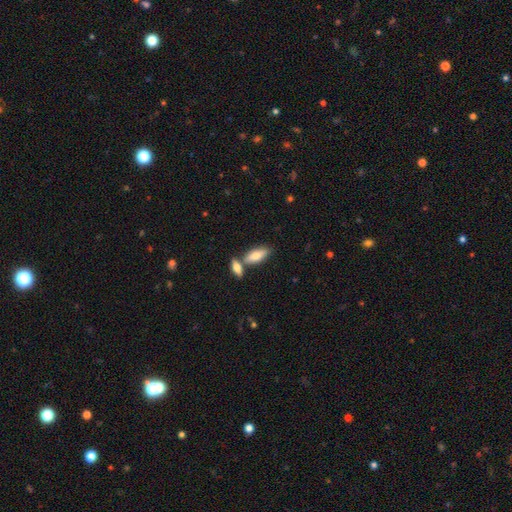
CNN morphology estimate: smooth_or_featured: smooth (p=0.76) [alt: featured or disk p=0.18]
how_rounded: in between (p=0.80) [alt: cigar-shaped p=0.18]
merging: none (p=0.55) [alt: merger p=0.31]